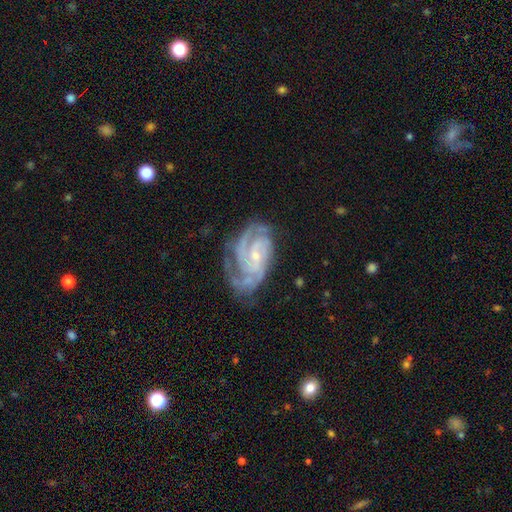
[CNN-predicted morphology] Overall: featured or disk (91%). Edge-on disk: no (98%). Bar: no (54%; weak 36%). Spiral arms: yes (98%). Spiral arm count: 3 (40%; 2 24%). Spiral winding: tight (62%; medium 33%). Bulge size: small (73%). Merging: none (65%).